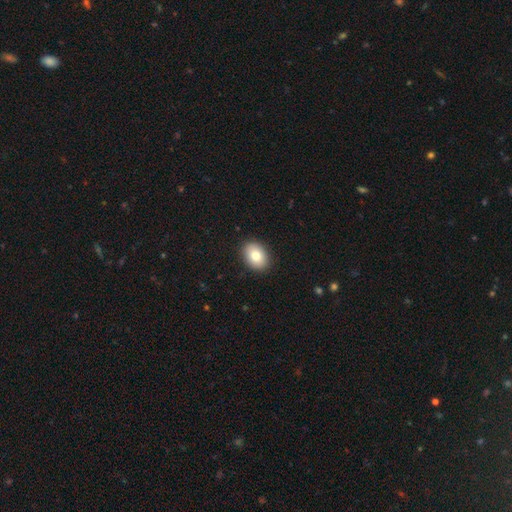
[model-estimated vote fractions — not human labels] Overall: smooth (81%). How rounded: in between (74%). Merging: none (90%).